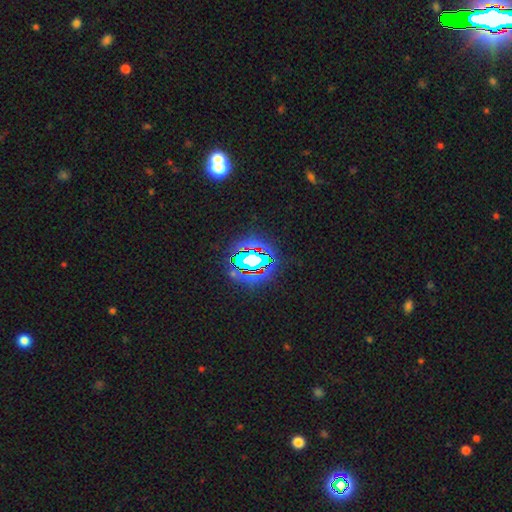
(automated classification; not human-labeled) star or artifact 75%, smooth 14%, featured or disk 11%.